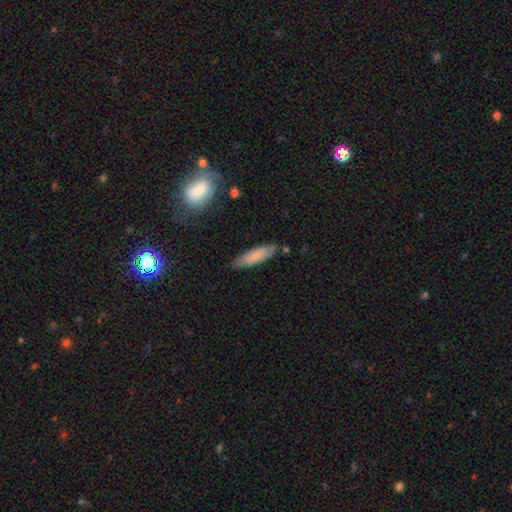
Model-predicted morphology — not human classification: A smooth galaxy with no disk features (79%) that is cigar-shaped (67%).

Vote fractions:
- Smooth or featured? smooth: 79% / featured or disk: 15% / star or artifact: 6%
- How rounded? cigar-shaped: 67% / in between: 32% / round: 1%
- Merging? none: 83% / minor disturbance: 12% / major disturbance: 2% / merger: 2%